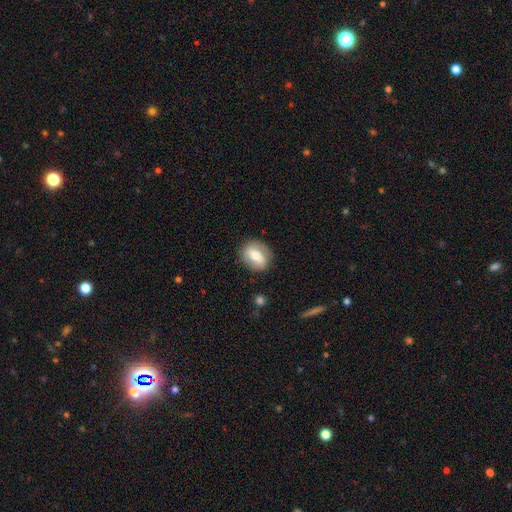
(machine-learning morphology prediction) A smooth galaxy with no disk features (57%) that is in between round and cigar-shaped (55%).

Vote fractions:
- Smooth or featured? smooth: 57% / featured or disk: 36% / star or artifact: 7%
- How rounded? in between: 55% / round: 43% / cigar-shaped: 2%
- Merging? none: 82% / minor disturbance: 13% / major disturbance: 4% / merger: 1%